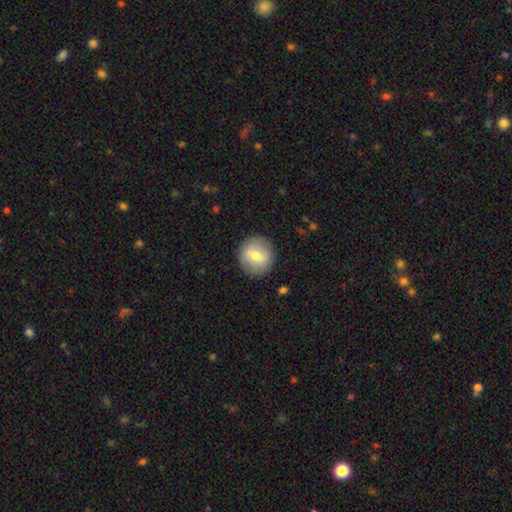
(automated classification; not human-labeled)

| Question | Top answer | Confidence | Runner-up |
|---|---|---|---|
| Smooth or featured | smooth | 59% | featured or disk (33%) |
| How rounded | round | 92% | in between (7%) |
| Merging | none | 89% | minor disturbance (8%) |